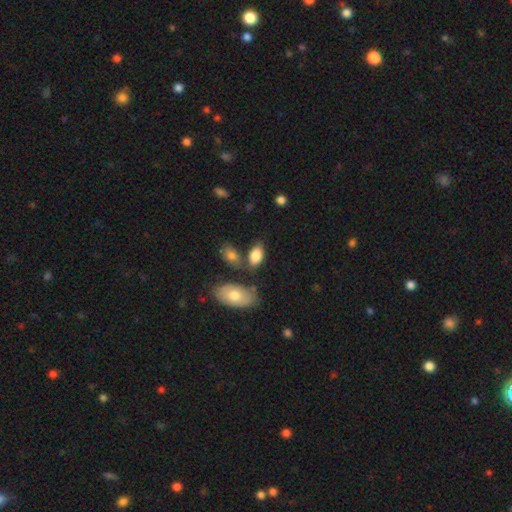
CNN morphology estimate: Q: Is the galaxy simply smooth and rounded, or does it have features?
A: smooth — 82%.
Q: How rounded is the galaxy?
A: in between — 93%.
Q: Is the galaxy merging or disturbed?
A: none — 62%.